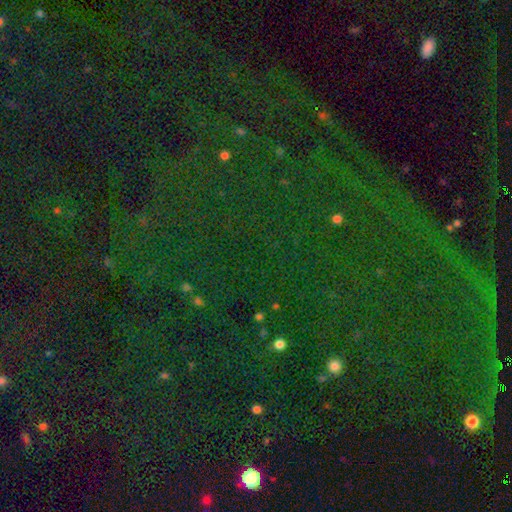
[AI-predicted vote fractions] A star or artifact, not a galaxy (78%).

Vote fractions:
- Smooth or featured? star or artifact: 78% / smooth: 14% / featured or disk: 8%